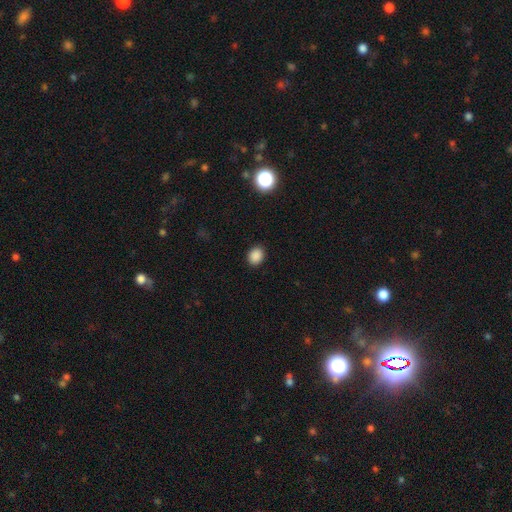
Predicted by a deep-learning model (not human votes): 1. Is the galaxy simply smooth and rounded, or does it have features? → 87% smooth, 10% star or artifact, 3% featured or disk.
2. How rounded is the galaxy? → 51% round, 48% in between, 1% cigar-shaped.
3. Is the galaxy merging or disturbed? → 90% none, 7% minor disturbance, 2% major disturbance, 1% merger.